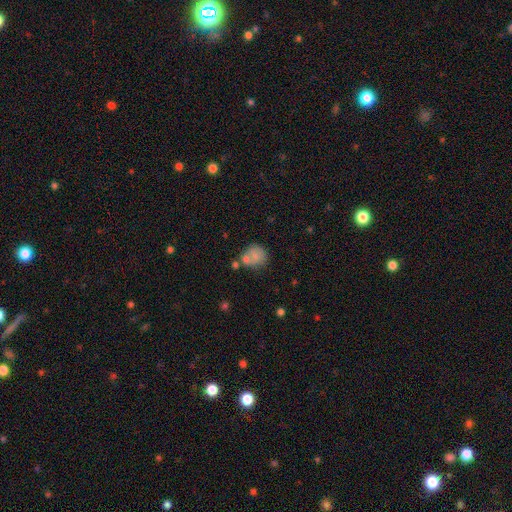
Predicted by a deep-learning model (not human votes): smooth_or_featured: smooth (p=0.74) [alt: featured or disk p=0.16]
how_rounded: round (p=0.74) [alt: in between p=0.25]
merging: none (p=0.51) [alt: merger p=0.22]